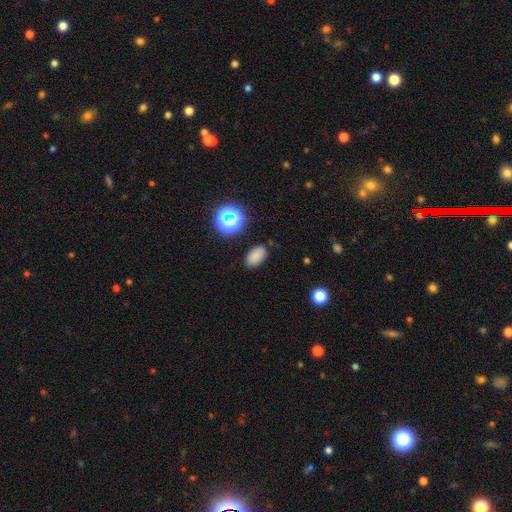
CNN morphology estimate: Smooth or featured? Predicted: smooth (p=0.81). How rounded? Predicted: in between (p=0.89). Merging? Predicted: none (p=0.85).